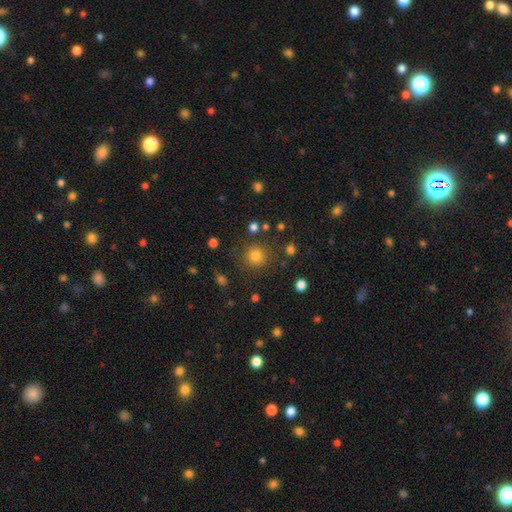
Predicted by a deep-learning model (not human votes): Overall: smooth (79%). How rounded: round (92%). Merging: none (85%).